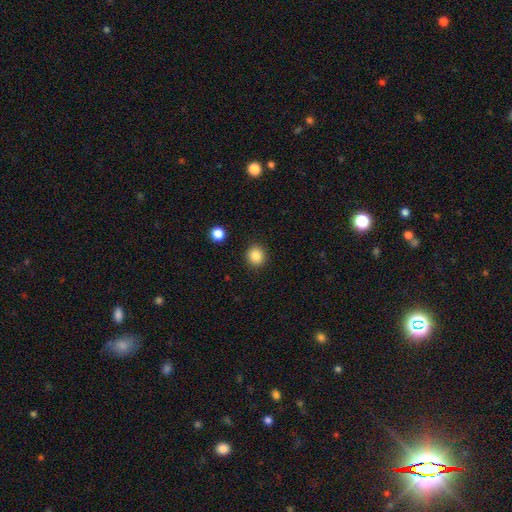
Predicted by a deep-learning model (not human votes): Smooth or featured? smooth (86%)
How rounded? round (87%)
Merging? none (91%)